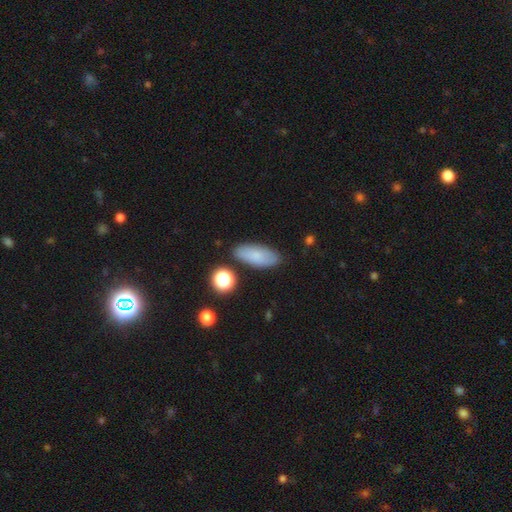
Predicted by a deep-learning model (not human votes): Overall: smooth (78%). How rounded: in between (79%). Merging: none (81%).